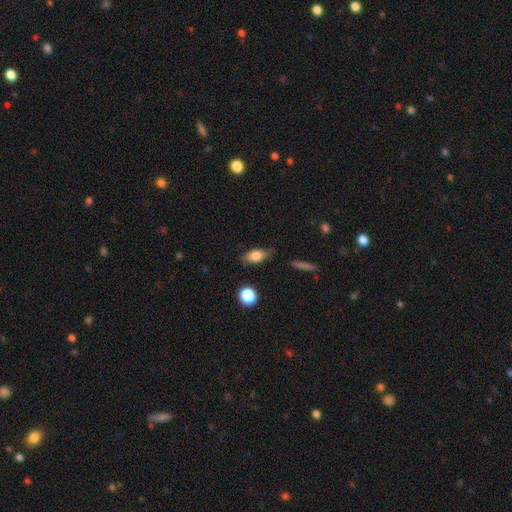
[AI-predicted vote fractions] A smooth galaxy with no disk features (75%) that is in between round and cigar-shaped (80%). Merging: none (72%).